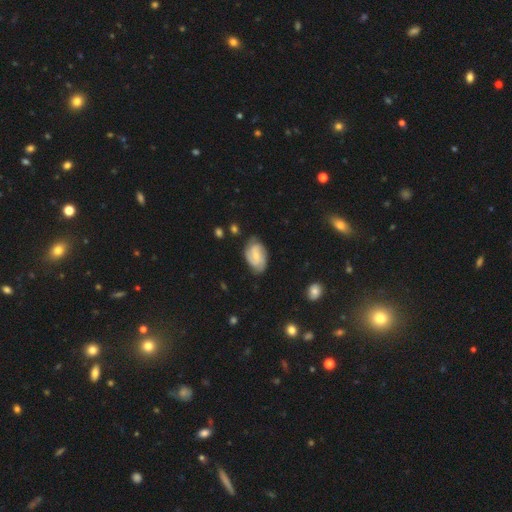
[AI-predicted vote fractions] Smooth or featured? Predicted: featured or disk (p=0.65). Edge-on disk? Predicted: no (p=0.97). Bar? Predicted: weak (p=0.47). Spiral arms? Predicted: yes (p=0.92). Spiral winding? Predicted: tight (p=0.45). Spiral arm count? Predicted: 2 (p=0.52). Bulge size? Predicted: small (p=0.61). Merging? Predicted: none (p=0.71).